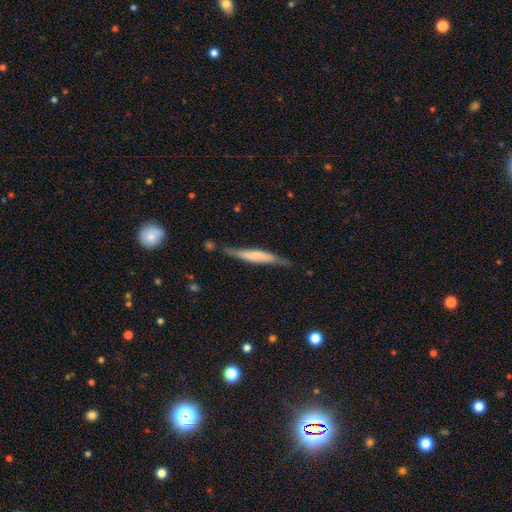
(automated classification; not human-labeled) Smooth or featured? Predicted: featured or disk (p=0.49). Merging? Predicted: none (p=0.73).